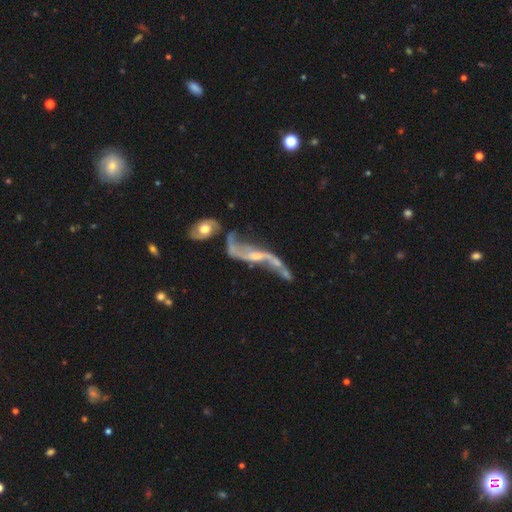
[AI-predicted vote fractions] Smooth or featured? Predicted: featured or disk (p=0.82). Edge-on disk? Predicted: no (p=0.82). Bar? Predicted: no (p=0.42). Spiral arms? Predicted: yes (p=0.86). Spiral winding? Predicted: loose (p=0.90). Spiral arm count? Predicted: 2 (p=0.88). Bulge size? Predicted: small (p=0.52). Merging? Predicted: merger (p=0.34).